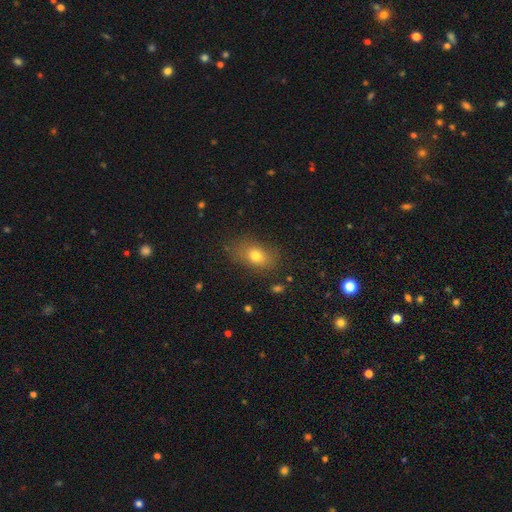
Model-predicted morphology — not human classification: Overall: smooth (75%). How rounded: in between (78%). Merging: none (77%).